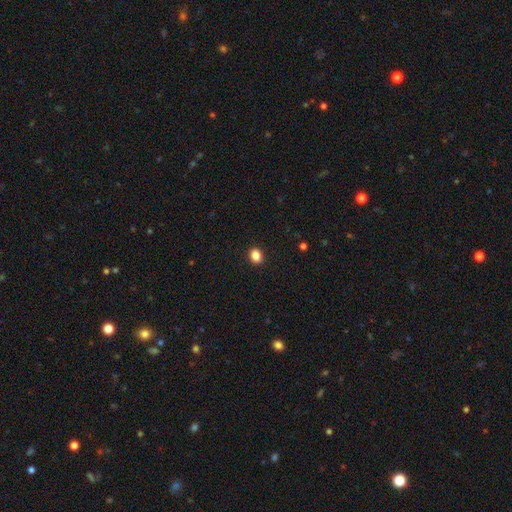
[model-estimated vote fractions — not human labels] Overall: smooth (86%). How rounded: in between (50%; round 49%). Merging: none (91%).